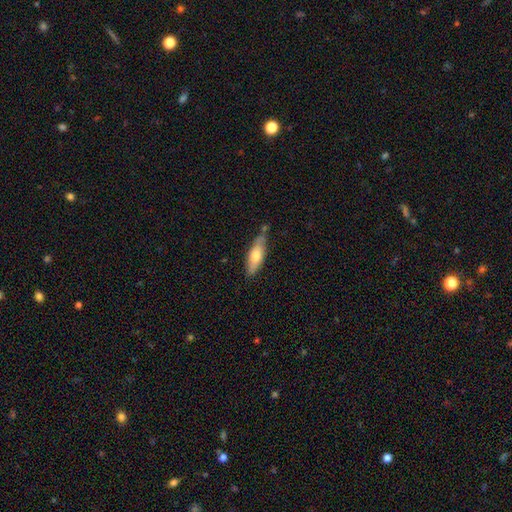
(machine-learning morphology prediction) smooth_or_featured: smooth (p=0.65) [alt: featured or disk p=0.30]
how_rounded: in between (p=0.50) [alt: cigar-shaped p=0.48]
merging: none (p=0.64) [alt: minor disturbance p=0.24]